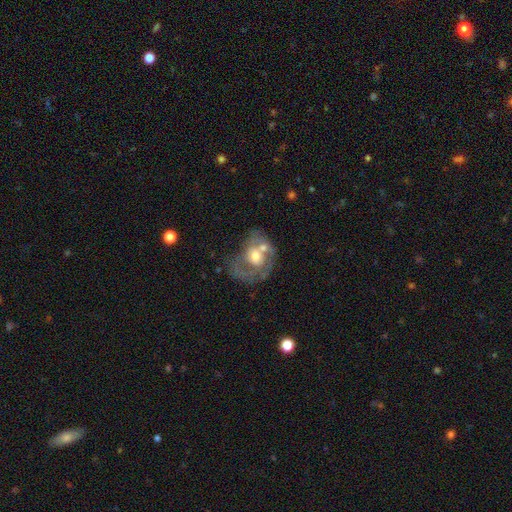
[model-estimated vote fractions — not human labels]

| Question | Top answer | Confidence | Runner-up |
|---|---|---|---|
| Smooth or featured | featured or disk | 65% | smooth (28%) |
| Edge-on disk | no | 97% | yes (3%) |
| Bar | no | 77% | weak (19%) |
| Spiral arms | yes | 55% | no (45%) |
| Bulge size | moderate | 66% | small (17%) |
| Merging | merger | 35% | none (27%) |